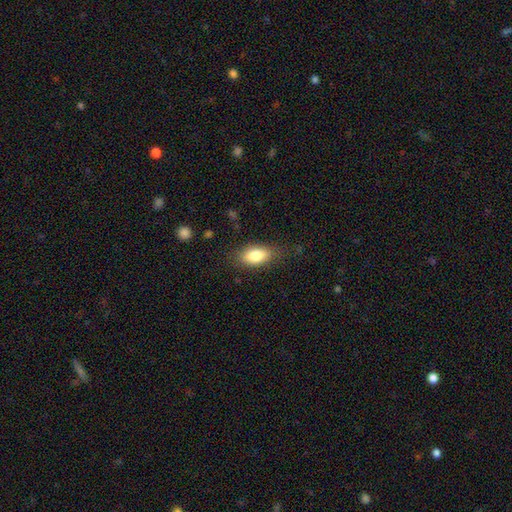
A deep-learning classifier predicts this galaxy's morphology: This is clearly a smooth galaxy (83%). How rounded: clearly in between (88%). Merging: likely none (79%).